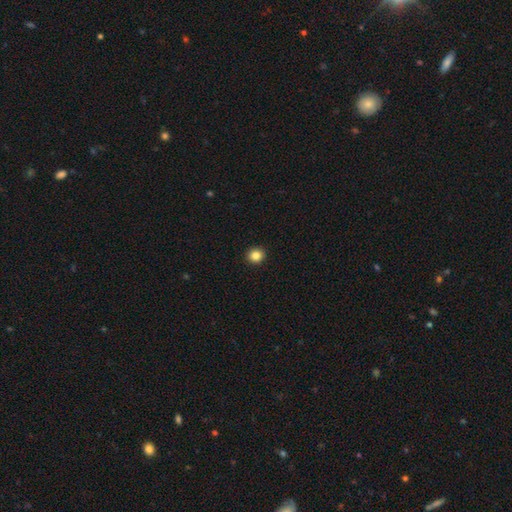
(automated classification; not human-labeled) Smooth or featured: smooth — 85% (star or artifact — 11%)
How rounded: round — 87% (in between — 13%)
Merging: none — 93% (minor disturbance — 5%)